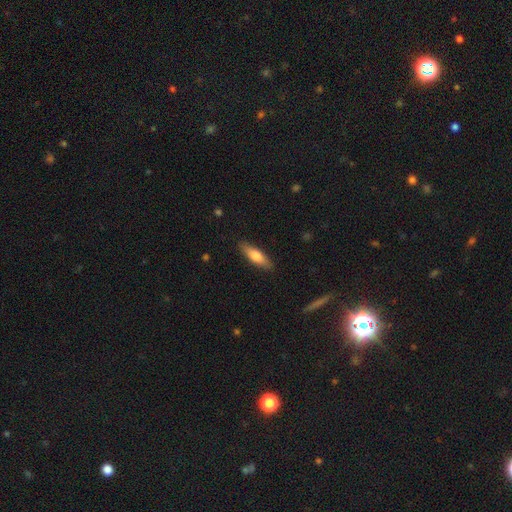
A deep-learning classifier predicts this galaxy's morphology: smooth 69%, featured or disk 26%, star or artifact 5%. Down the decision tree: how rounded — cigar-shaped (58%); merging — none (88%).